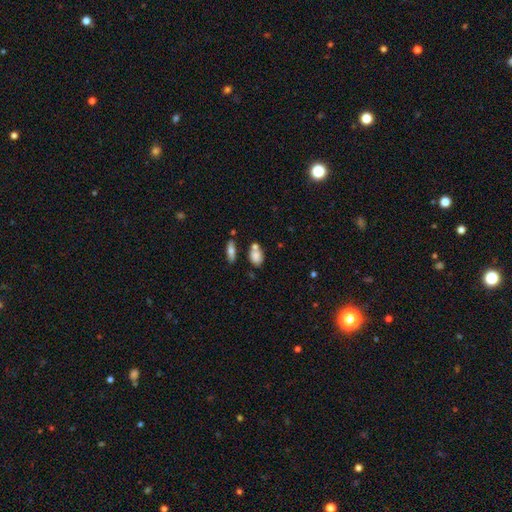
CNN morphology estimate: Smooth or featured? Predicted: smooth (p=0.79). How rounded? Predicted: in between (p=0.74). Merging? Predicted: none (p=0.52).